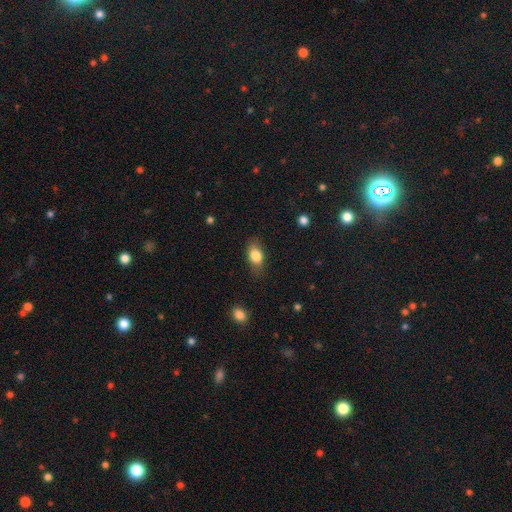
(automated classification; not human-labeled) smooth 81%, featured or disk 11%, star or artifact 8%. Down the decision tree: how rounded — in between (82%); merging — none (78%).